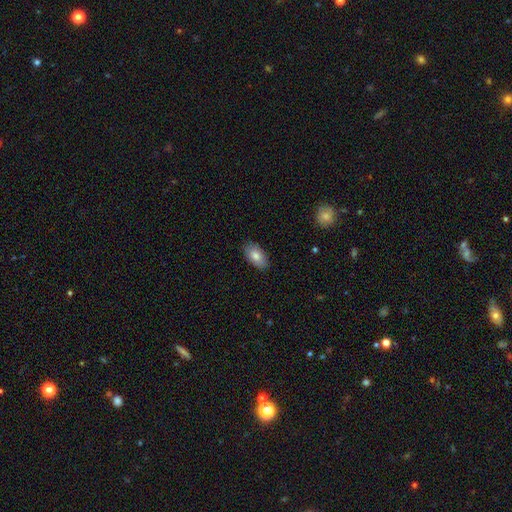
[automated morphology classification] This is clearly a smooth galaxy (82%). How rounded: clearly in between (93%). Merging: clearly none (86%).